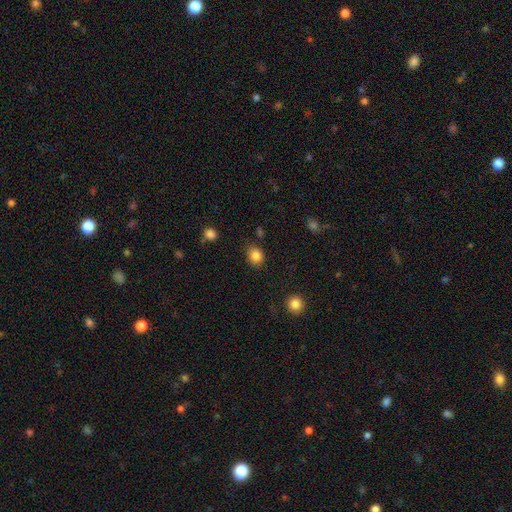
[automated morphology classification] A smooth galaxy with no disk features (85%) that is round (64%). Merging: none (82%).